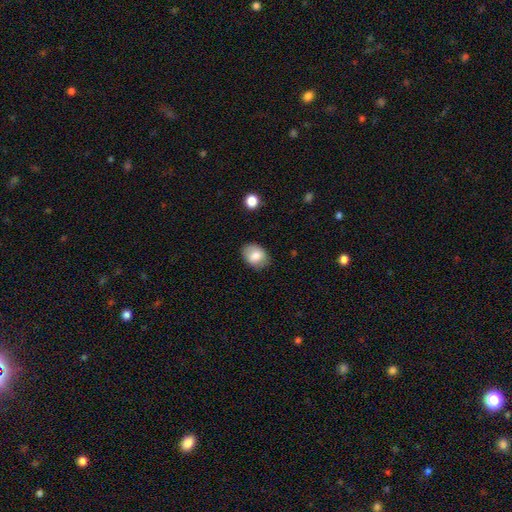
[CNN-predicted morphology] Overall: smooth (77%). How rounded: in between (65%; round 34%). Merging: none (80%).